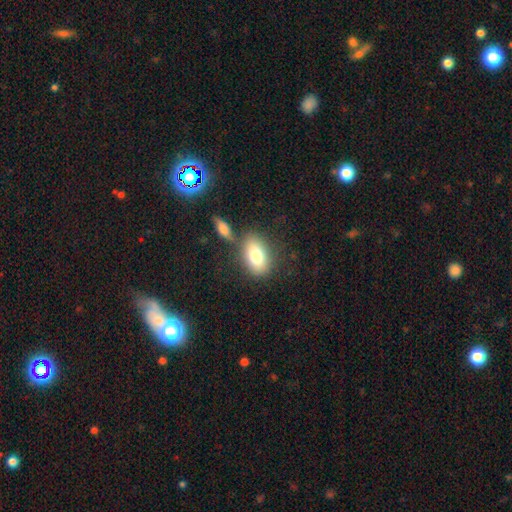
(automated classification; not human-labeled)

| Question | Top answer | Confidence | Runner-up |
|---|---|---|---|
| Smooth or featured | smooth | 77% | featured or disk (15%) |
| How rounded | in between | 85% | round (12%) |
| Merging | none | 66% | merger (16%) |